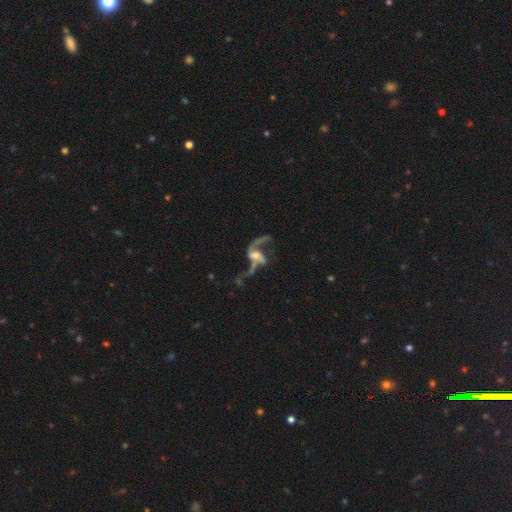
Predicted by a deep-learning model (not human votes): Overall: featured or disk (84%). Edge-on disk: no (95%). Bar: weak (39%; no 36%). Spiral arms: yes (92%). Spiral arm count: 2 (86%). Spiral winding: loose (87%). Bulge size: moderate (47%; small 31%). Merging: none (45%; major disturbance 29%).